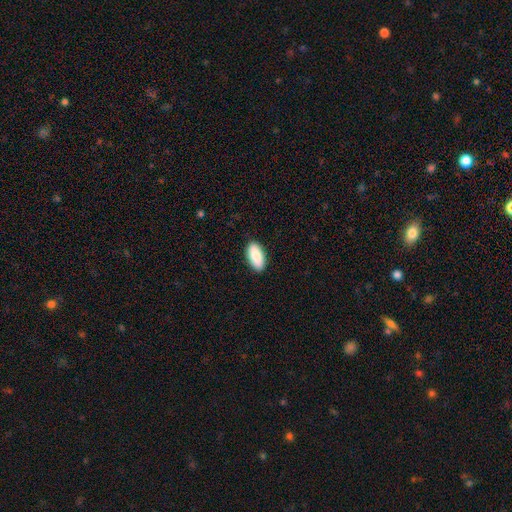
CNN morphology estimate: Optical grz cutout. It shows a smooth galaxy with no disk features (88%) that is in between round and cigar-shaped (92%). Merging: none (90%).